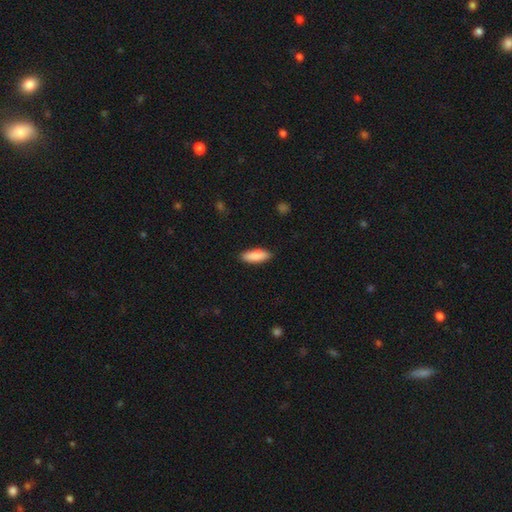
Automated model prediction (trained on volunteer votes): A smooth galaxy with no disk features (89%) that is in between round and cigar-shaped (64%).

Vote fractions:
- Smooth or featured? smooth: 89% / star or artifact: 6% / featured or disk: 5%
- How rounded? in between: 64% / cigar-shaped: 35% / round: 2%
- Merging? none: 88% / minor disturbance: 9% / major disturbance: 2% / merger: 1%